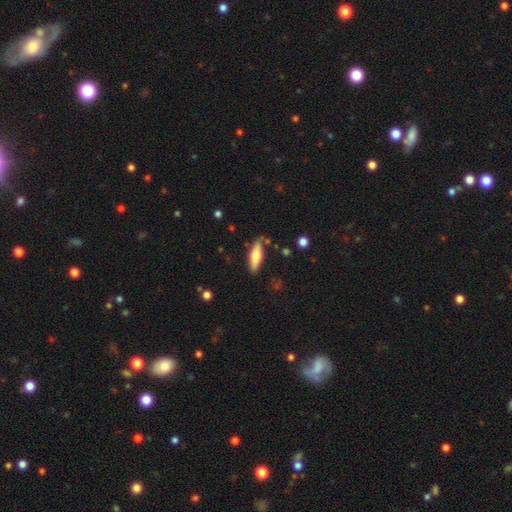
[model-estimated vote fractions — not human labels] smooth 63%, featured or disk 32%, star or artifact 6%. Down the decision tree: how rounded — cigar-shaped (50%); merging — none (76%).